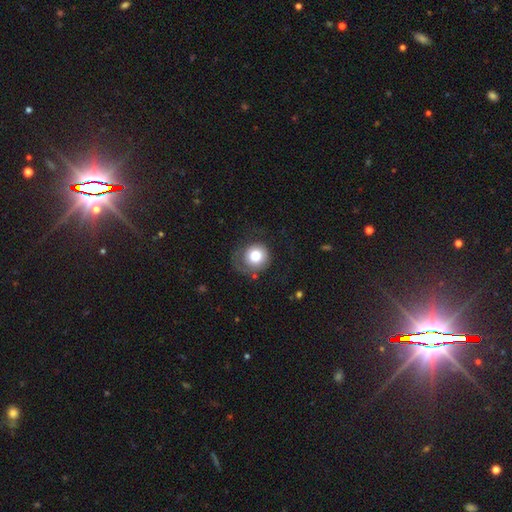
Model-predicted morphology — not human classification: smooth-or-featured: smooth: 74% | featured or disk: 18% | star or artifact: 9%
  how-rounded: round: 90% | in between: 10% | cigar-shaped: 1%
  merging: none: 59% | minor disturbance: 20% | major disturbance: 19% | merger: 2%